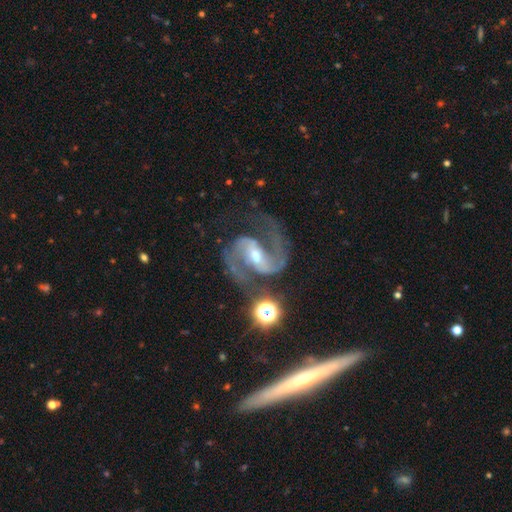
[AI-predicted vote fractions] Q: Smooth or featured?
A: featured or disk (91%); runner-up: star or artifact (6%)
Q: Edge-on disk?
A: no (98%); runner-up: yes (2%)
Q: Bar?
A: weak (45%); runner-up: strong (36%)
Q: Spiral arms?
A: yes (98%); runner-up: no (2%)
Q: Spiral winding?
A: medium (57%); runner-up: loose (34%)
Q: Spiral arm count?
A: 2 (93%); runner-up: 1 (2%)
Q: Bulge size?
A: moderate (52%); runner-up: small (41%)
Q: Merging?
A: none (64%); runner-up: minor disturbance (15%)